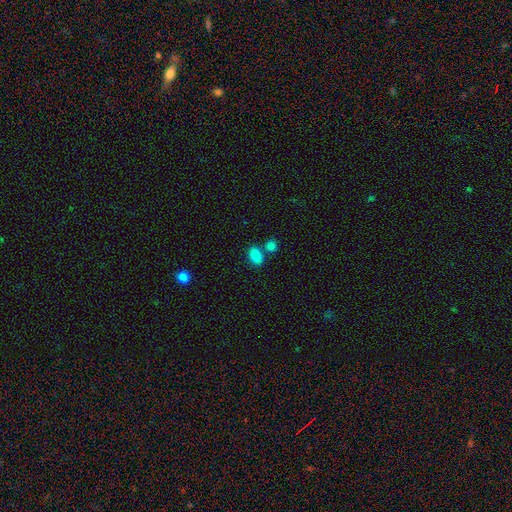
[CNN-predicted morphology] A smooth galaxy with no disk features (86%) that is in between round and cigar-shaped (86%).

Vote fractions:
- Smooth or featured? smooth: 86% / star or artifact: 9% / featured or disk: 5%
- How rounded? in between: 86% / round: 10% / cigar-shaped: 4%
- Merging? none: 65% / merger: 20% / minor disturbance: 12% / major disturbance: 4%